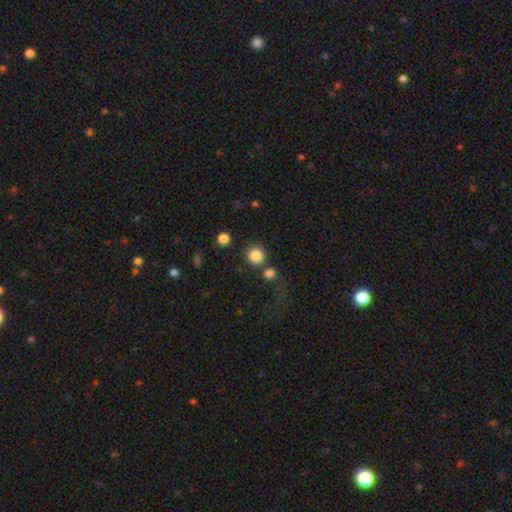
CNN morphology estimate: Overall: smooth (85%). How rounded: round (92%). Merging: none (76%).